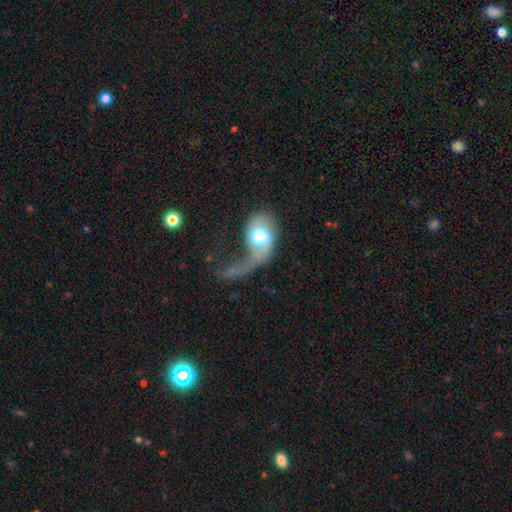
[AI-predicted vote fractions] Overall: featured or disk (57%; smooth 35%). Edge-on disk: no (95%). Bar: no (76%). Spiral arms: yes (73%). Bulge size: moderate (62%; large 25%). Merging: major disturbance (59%).